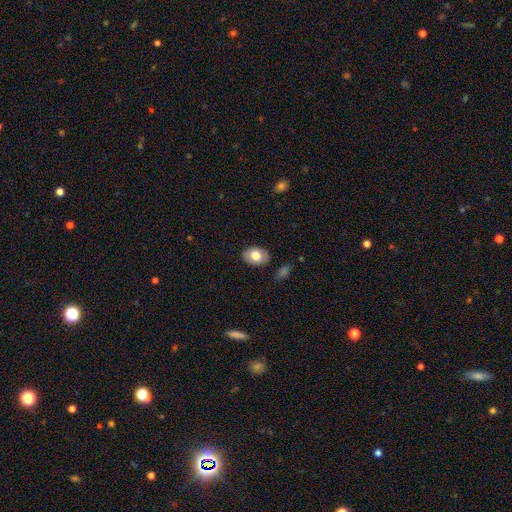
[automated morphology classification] This appears to be a smooth galaxy with no disk features (74%) that is in between round and cigar-shaped (77%). Merging: none (85%).